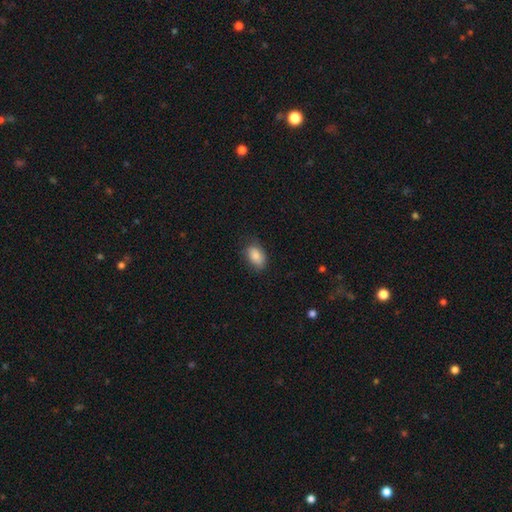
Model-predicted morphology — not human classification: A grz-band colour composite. It shows a smooth galaxy with no disk features (87%) that is in between round and cigar-shaped (90%). Merging: none (75%).